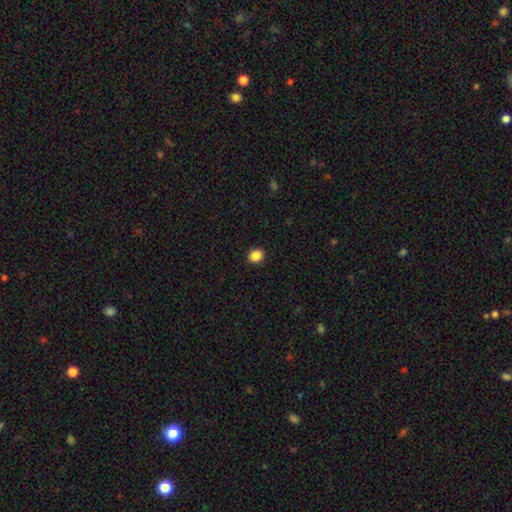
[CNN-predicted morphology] A smooth galaxy with no disk features (87%) that is round (65%).

Vote fractions:
- Smooth or featured? smooth: 87% / star or artifact: 10% / featured or disk: 3%
- How rounded? round: 65% / in between: 34% / cigar-shaped: 1%
- Merging? none: 92% / minor disturbance: 6% / major disturbance: 2% / merger: 1%